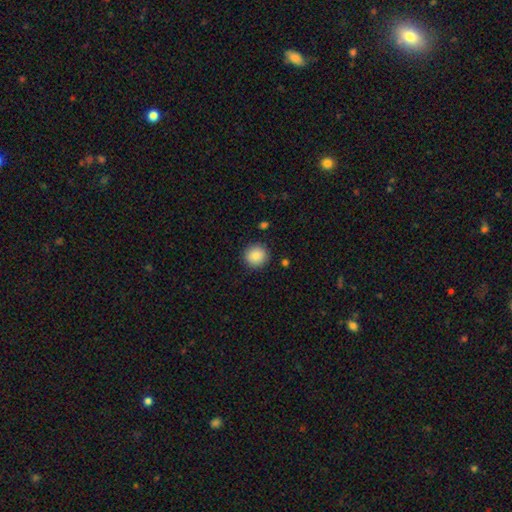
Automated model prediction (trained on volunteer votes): Q: Smooth or featured?
A: smooth (88%); runner-up: star or artifact (8%)
Q: How rounded?
A: round (92%); runner-up: in between (7%)
Q: Merging?
A: none (90%); runner-up: minor disturbance (7%)